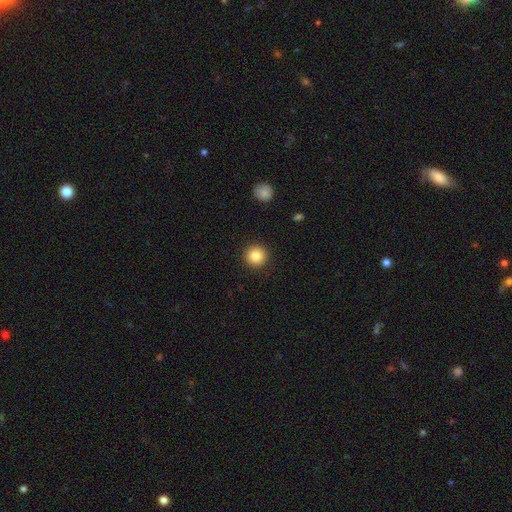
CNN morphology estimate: Overall: smooth (85%). How rounded: round (95%). Merging: none (92%).